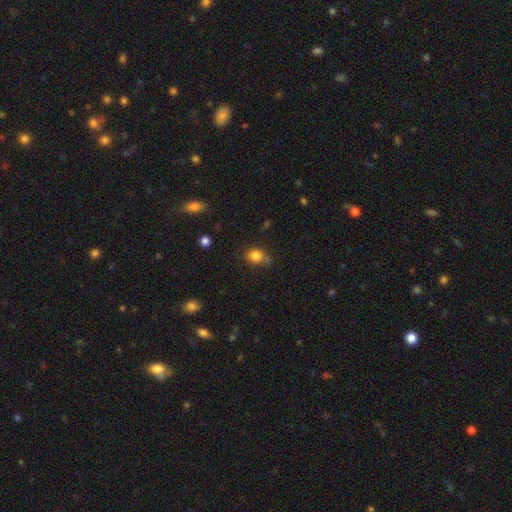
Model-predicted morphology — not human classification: Smooth or featured?
  - smooth: 82% *
  - star or artifact: 11%
  - featured or disk: 7%
How rounded?
  - round: 50% *
  - in between: 49%
  - cigar-shaped: 1%
Merging?
  - none: 63% *
  - minor disturbance: 27%
  - major disturbance: 6%
  - merger: 3%